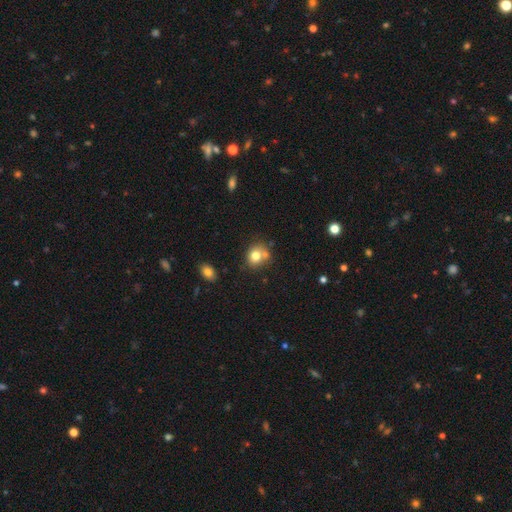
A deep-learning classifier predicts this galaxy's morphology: Smooth or featured?
  - smooth: 77% *
  - featured or disk: 12%
  - star or artifact: 11%
How rounded?
  - round: 70% *
  - in between: 29%
  - cigar-shaped: 1%
Merging?
  - none: 55% *
  - merger: 26%
  - minor disturbance: 14%
  - major disturbance: 5%